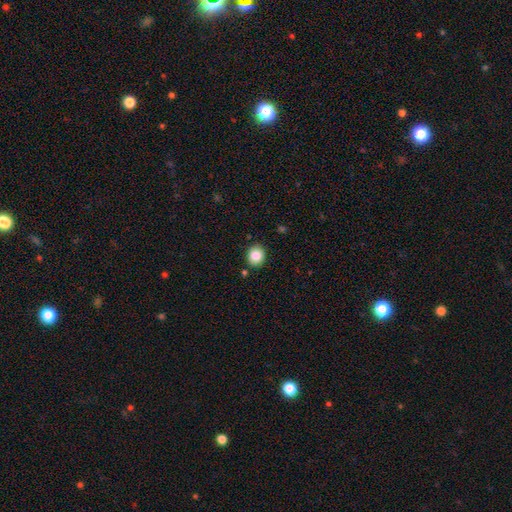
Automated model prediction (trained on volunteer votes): Smooth or featured? Predicted: smooth (p=0.85). How rounded? Predicted: round (p=0.73). Merging? Predicted: none (p=0.87).